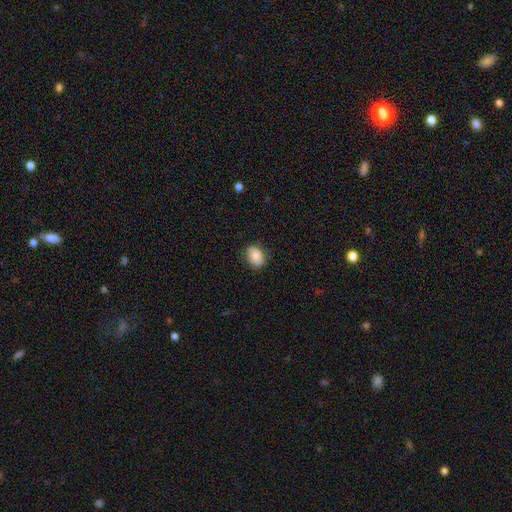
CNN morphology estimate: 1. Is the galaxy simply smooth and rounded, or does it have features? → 81% smooth, 11% featured or disk, 8% star or artifact.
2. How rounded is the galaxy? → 73% in between, 25% round, 1% cigar-shaped.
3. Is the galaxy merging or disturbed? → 79% none, 17% minor disturbance, 4% major disturbance, 1% merger.